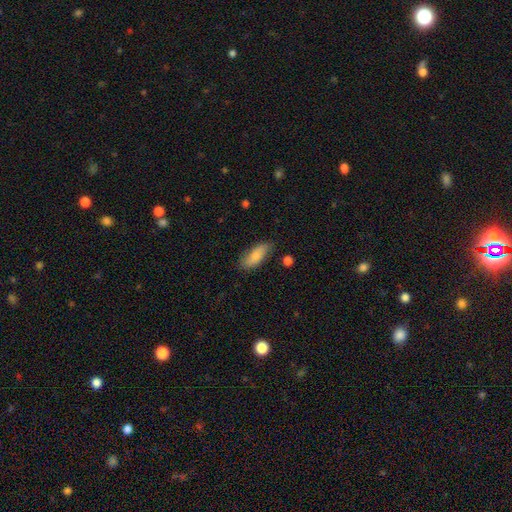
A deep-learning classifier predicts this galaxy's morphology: smooth_or_featured: smooth (p=0.80) [alt: featured or disk p=0.13]
how_rounded: in between (p=0.76) [alt: cigar-shaped p=0.21]
merging: none (p=0.77) [alt: minor disturbance p=0.17]